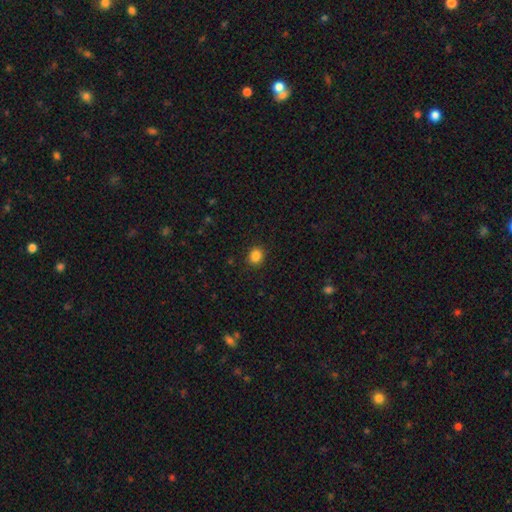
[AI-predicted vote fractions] Smooth or featured? smooth (85%)
How rounded? round (72%)
Merging? none (90%)